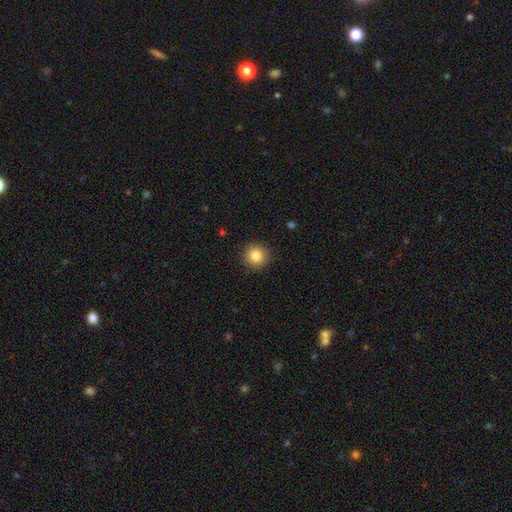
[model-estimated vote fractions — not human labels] Smooth or featured? Predicted: smooth (p=0.84). How rounded? Predicted: round (p=0.94). Merging? Predicted: none (p=0.91).